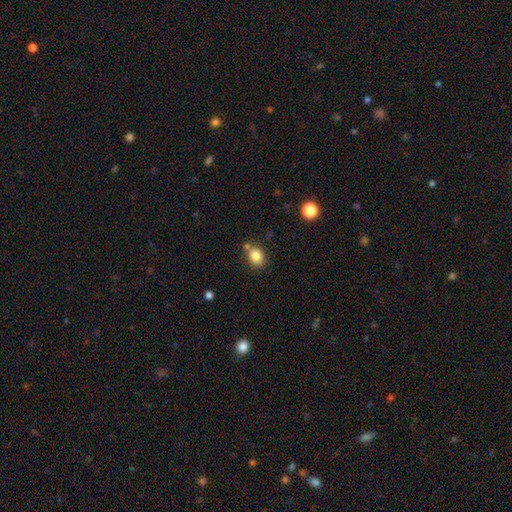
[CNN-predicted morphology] This is clearly a smooth galaxy (82%). How rounded: possibly round (51%). Merging: likely none (69%).